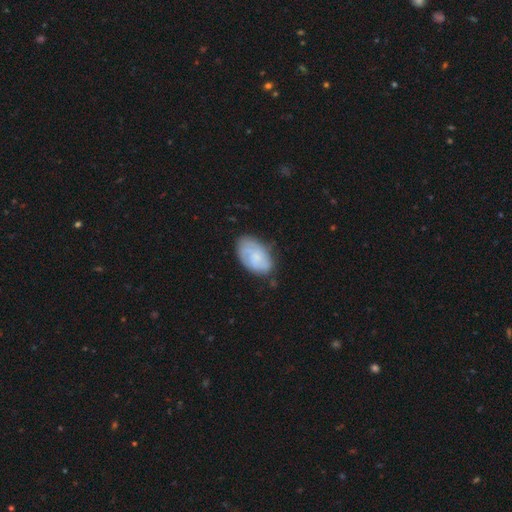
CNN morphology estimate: Smooth or featured? smooth (57%)
How rounded? in between (93%)
Merging? none (69%)